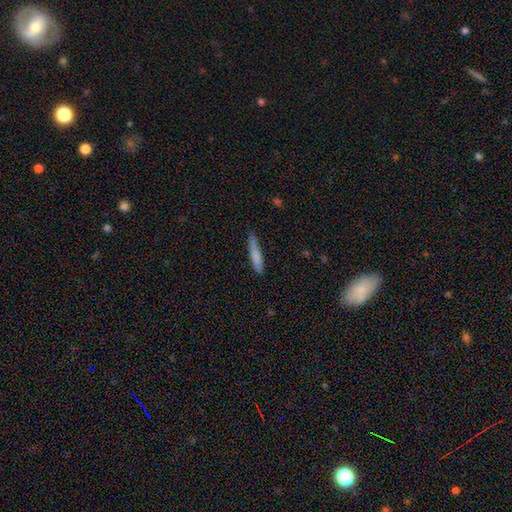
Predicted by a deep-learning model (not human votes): A smooth galaxy with no disk features (77%) that is cigar-shaped (90%). Merging: none (81%).